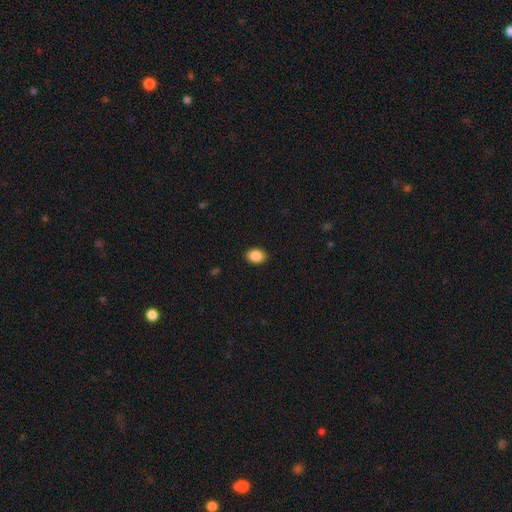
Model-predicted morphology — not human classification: A smooth galaxy with no disk features (88%) that is in between round and cigar-shaped (75%).

Vote fractions:
- Smooth or featured? smooth: 88% / star or artifact: 8% / featured or disk: 4%
- How rounded? in between: 75% / round: 24% / cigar-shaped: 1%
- Merging? none: 90% / minor disturbance: 8% / major disturbance: 2% / merger: 1%